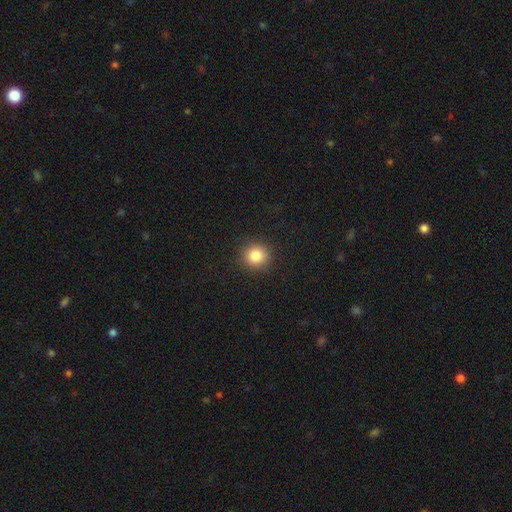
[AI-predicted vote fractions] Smooth or featured?
  - smooth: 84% *
  - star or artifact: 11%
  - featured or disk: 5%
How rounded?
  - round: 92% *
  - in between: 7%
  - cigar-shaped: 1%
Merging?
  - none: 91% *
  - minor disturbance: 6%
  - major disturbance: 2%
  - merger: 1%